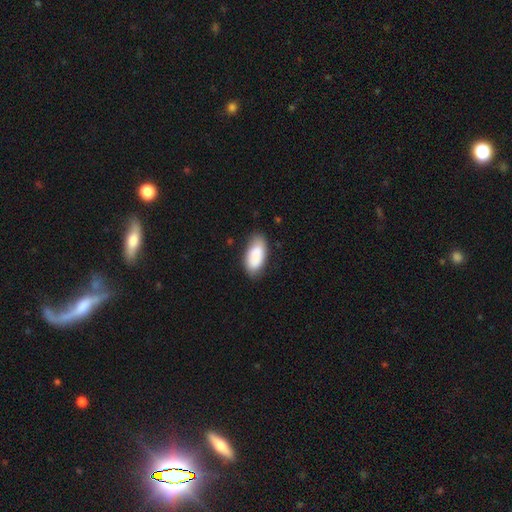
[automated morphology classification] smooth 86%, featured or disk 8%, star or artifact 6%. Down the decision tree: how rounded — in between (93%); merging — none (75%).